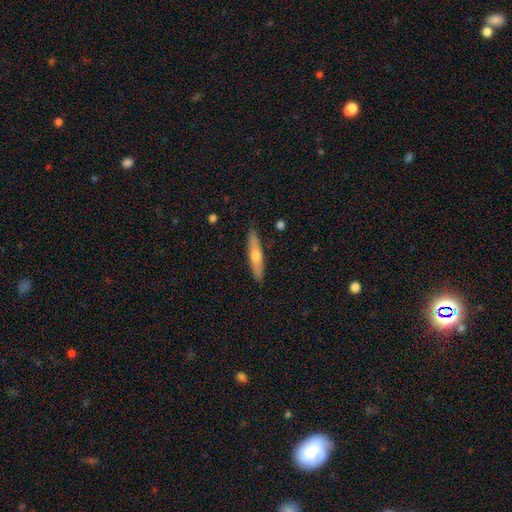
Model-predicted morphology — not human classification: A smooth galaxy with no disk features (55%) that is cigar-shaped (85%). Merging: none (89%).